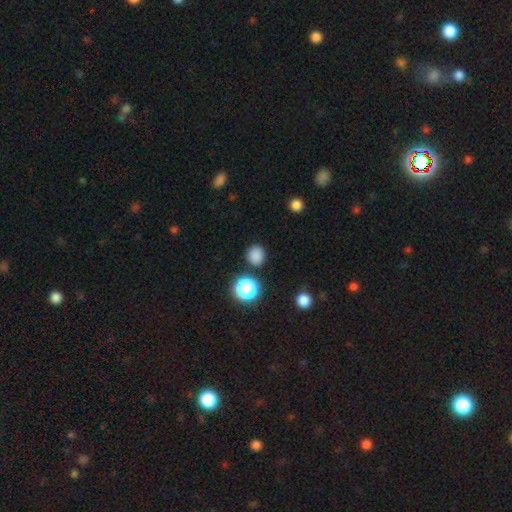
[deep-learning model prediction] smooth-or-featured: smooth: 81% | star or artifact: 15% | featured or disk: 4%
  how-rounded: round: 84% | in between: 15% | cigar-shaped: 1%
  merging: none: 87% | minor disturbance: 8% | merger: 3% | major disturbance: 3%